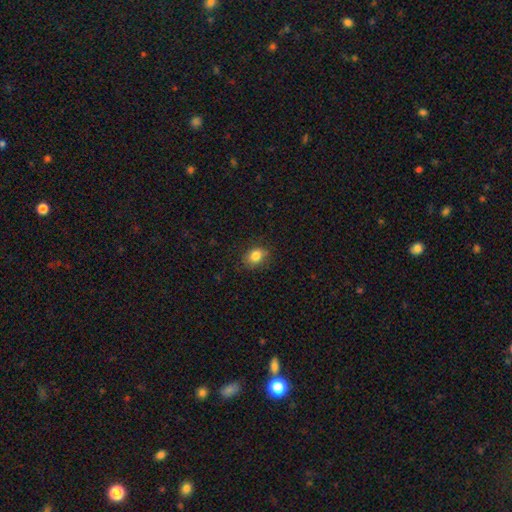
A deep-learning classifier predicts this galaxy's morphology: A smooth galaxy with no disk features (84%) that is in between round and cigar-shaped (59%).

Vote fractions:
- Smooth or featured? smooth: 84% / star or artifact: 10% / featured or disk: 7%
- How rounded? in between: 59% / round: 40% / cigar-shaped: 1%
- Merging? none: 81% / minor disturbance: 15% / major disturbance: 3% / merger: 1%